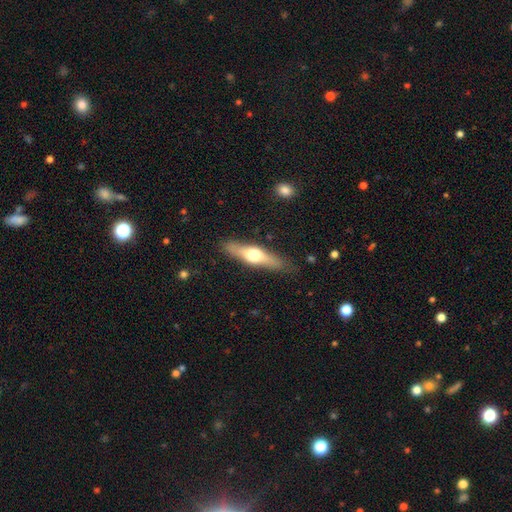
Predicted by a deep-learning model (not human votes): A featured or disk galaxy (56%) viewed edge-on (92%) with a rounded central bulge (95%). Merging: none (85%).